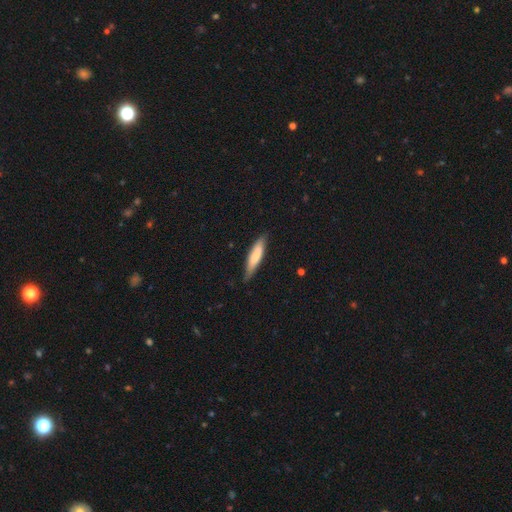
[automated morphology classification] Overall: smooth (72%). How rounded: cigar-shaped (78%). Merging: none (77%).